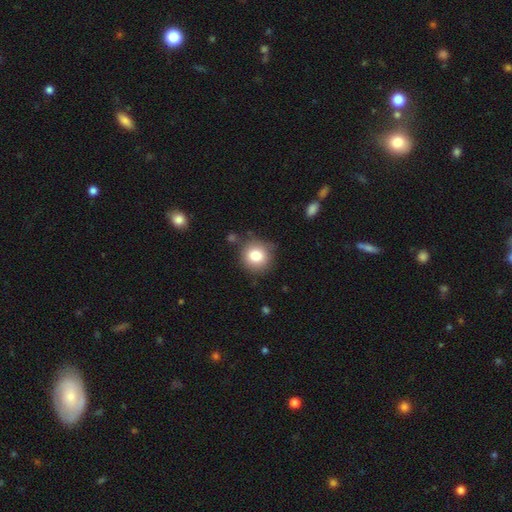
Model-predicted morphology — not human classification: smooth-or-featured: smooth: 81% | star or artifact: 10% | featured or disk: 9%
  how-rounded: round: 91% | in between: 8% | cigar-shaped: 1%
  merging: none: 81% | minor disturbance: 12% | major disturbance: 3% | merger: 3%